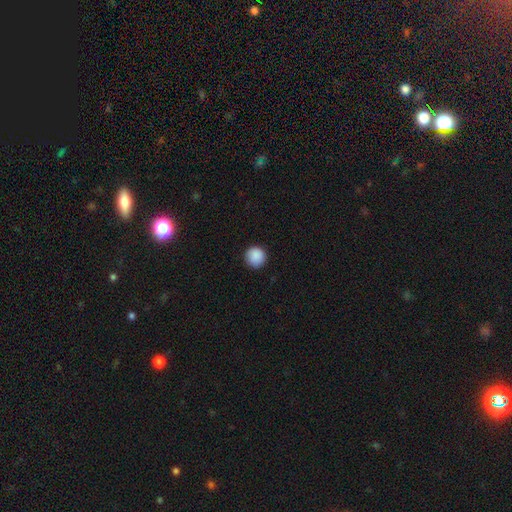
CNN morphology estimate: smooth 89%, star or artifact 8%, featured or disk 3%. Down the decision tree: how rounded — round (96%); merging — none (91%).